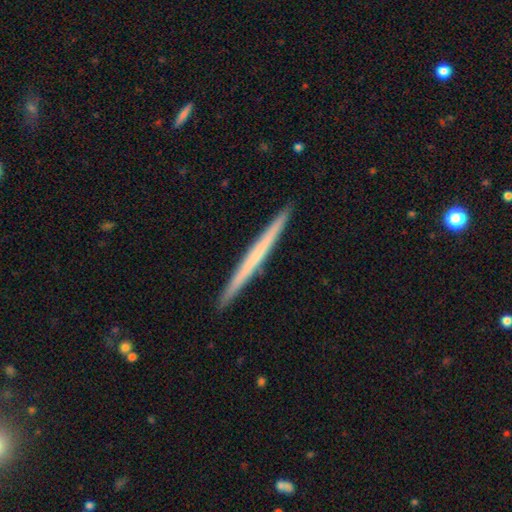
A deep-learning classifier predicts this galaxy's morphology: Smooth or featured? featured or disk (50%)
Edge-on disk? yes (98%)
Merging? none (93%)